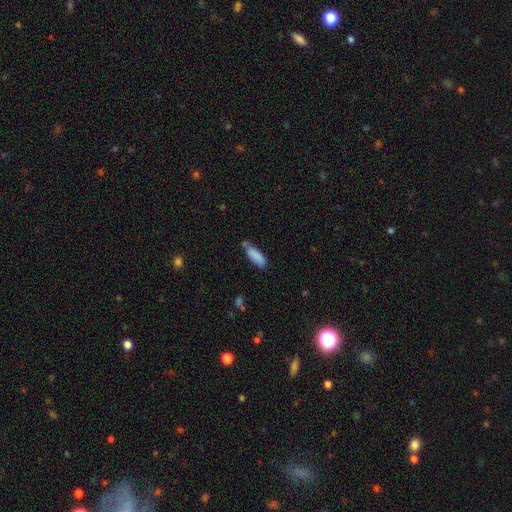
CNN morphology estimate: smooth 86%, featured or disk 7%, star or artifact 7%. Down the decision tree: how rounded — in between (54%); merging — none (59%).